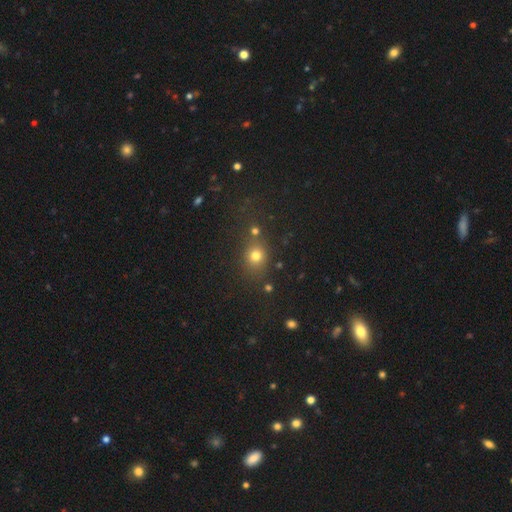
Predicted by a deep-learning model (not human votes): Smooth or featured? Predicted: smooth (p=0.73). How rounded? Predicted: round (p=0.71). Merging? Predicted: none (p=0.70).